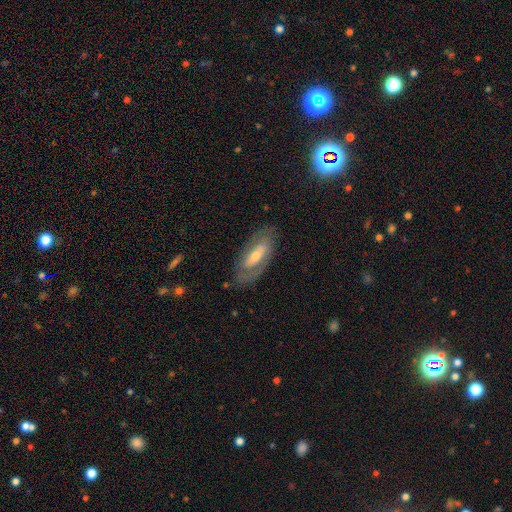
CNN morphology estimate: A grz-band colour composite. It shows a featured or disk galaxy (68%) with a strong bar (36%), spiral arms (62%) and a moderate central bulge (48%). Merging: none (79%).